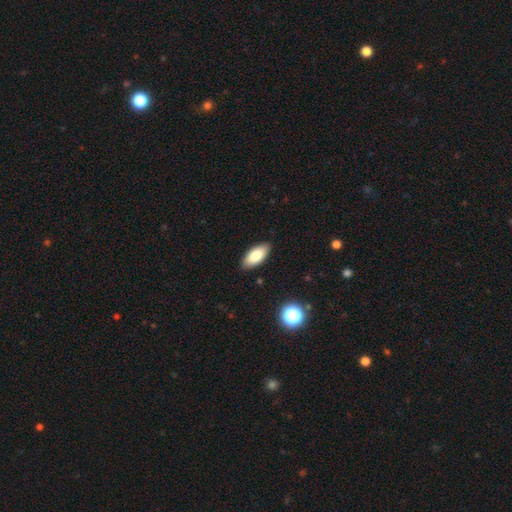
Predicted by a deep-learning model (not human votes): smooth-or-featured: smooth: 82% | featured or disk: 11% | star or artifact: 7%
  how-rounded: in between: 89% | cigar-shaped: 9% | round: 2%
  merging: none: 88% | minor disturbance: 9% | major disturbance: 2% | merger: 1%